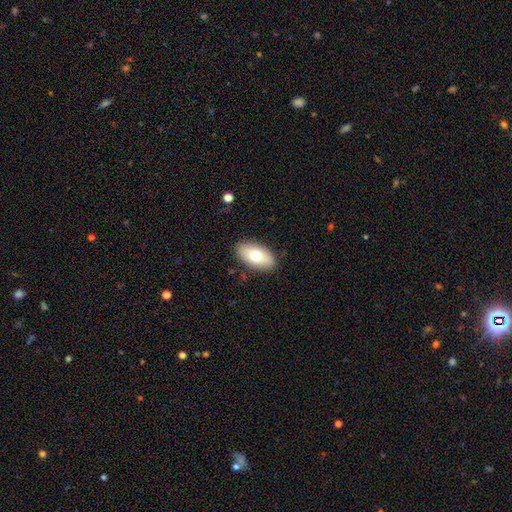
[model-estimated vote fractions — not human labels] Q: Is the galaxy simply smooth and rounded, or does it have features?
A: smooth — 71%.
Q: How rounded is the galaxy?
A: in between — 93%.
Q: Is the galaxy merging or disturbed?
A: none — 87%.